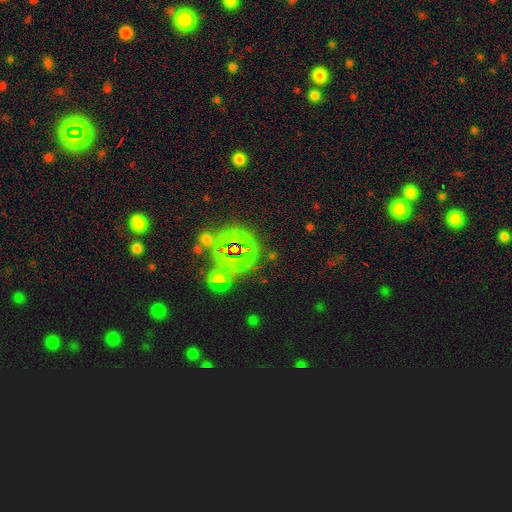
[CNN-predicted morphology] A star or artifact, not a galaxy (76%).

Vote fractions:
- Smooth or featured? star or artifact: 76% / smooth: 15% / featured or disk: 9%